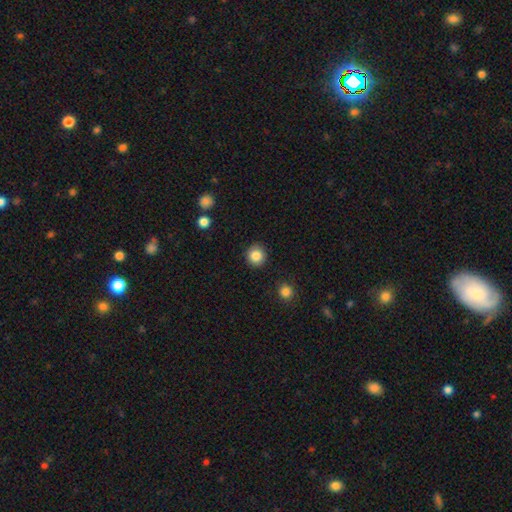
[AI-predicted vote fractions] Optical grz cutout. It shows a smooth galaxy with no disk features (86%) that is round (92%). Merging: none (90%).